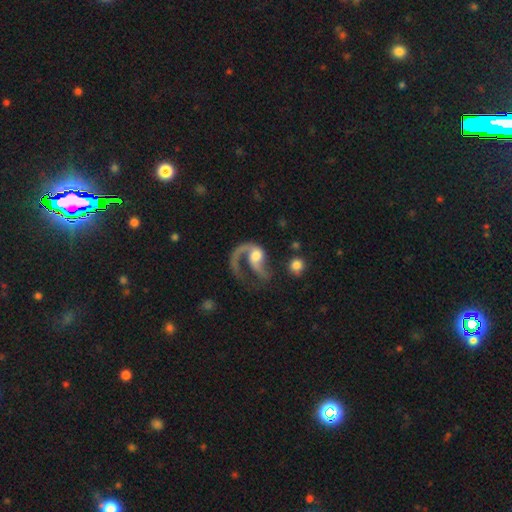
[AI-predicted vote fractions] A featured or disk galaxy (84%) with no bar (56%), 1 (57%) loose (59%) spiral arms (94%) and a moderate central bulge (57%). Merging: major disturbance (45%).